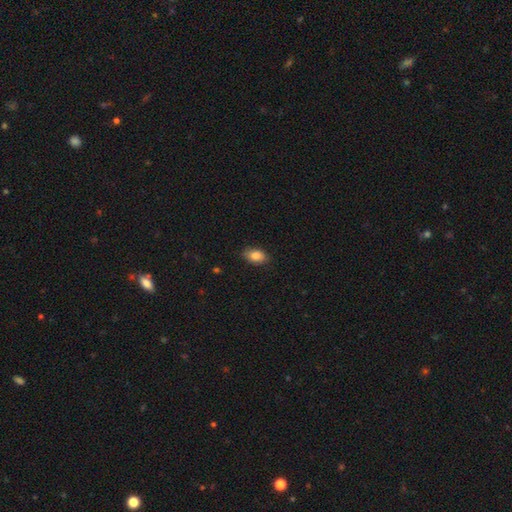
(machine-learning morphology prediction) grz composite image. It shows a smooth galaxy with no disk features (84%) that is in between round and cigar-shaped (89%). Merging: none (85%).